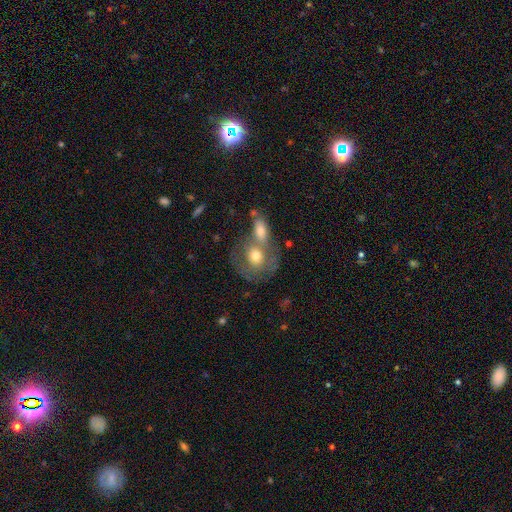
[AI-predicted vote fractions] smooth-or-featured: smooth: 60% | featured or disk: 33% | star or artifact: 7%
  how-rounded: round: 69% | in between: 29% | cigar-shaped: 2%
  merging: merger: 47% | none: 35% | minor disturbance: 11% | major disturbance: 7%